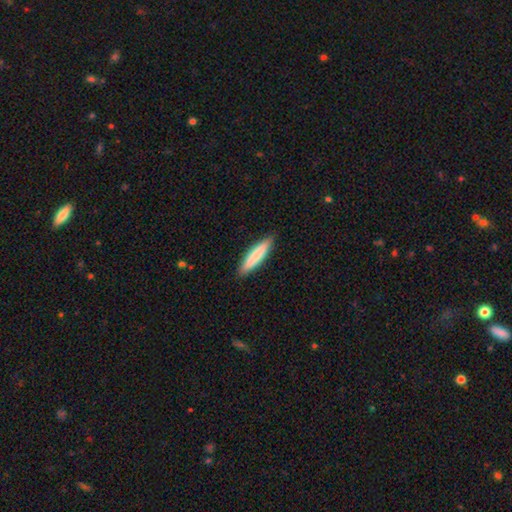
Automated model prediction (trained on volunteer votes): Morphology: type=smooth (79%); roundness=cigar-shaped (86%); merging=none (89%).